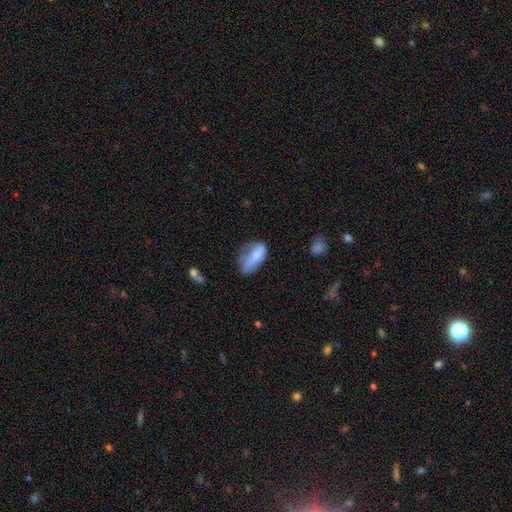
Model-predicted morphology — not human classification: Smooth or featured? Predicted: smooth (p=0.66). How rounded? Predicted: in between (p=0.86). Merging? Predicted: none (p=0.34).